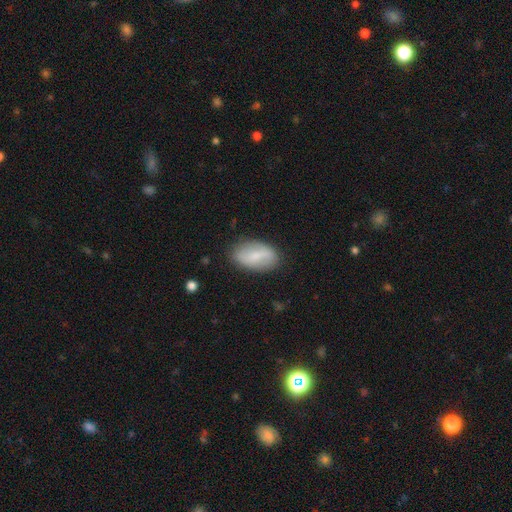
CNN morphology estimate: The model was most divided on "smooth or featured": smooth: 60%, featured or disk: 33%, star or artifact: 7%. More confident: how rounded — in between (92%); merging — none (81%).